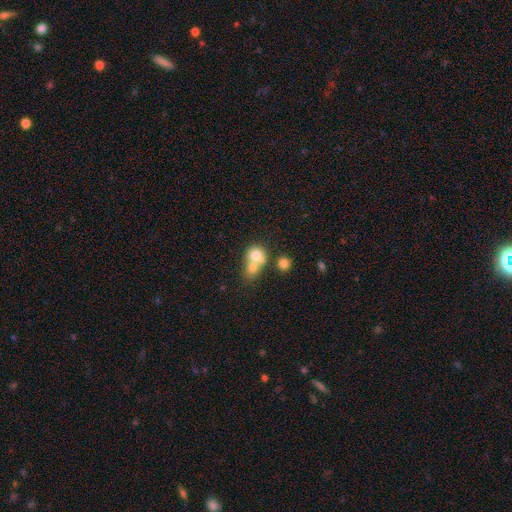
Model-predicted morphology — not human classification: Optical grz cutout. It shows a smooth galaxy with no disk features (72%) that is round (74%). Merging: merger (66%).